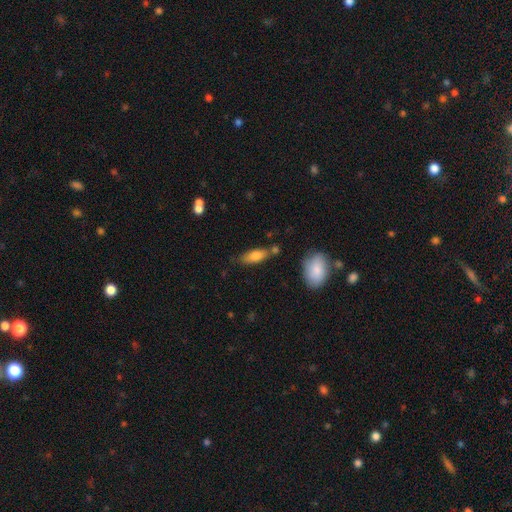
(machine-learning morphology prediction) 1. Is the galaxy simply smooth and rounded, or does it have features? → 77% smooth, 16% featured or disk, 7% star or artifact.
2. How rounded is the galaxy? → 69% in between, 28% cigar-shaped, 3% round.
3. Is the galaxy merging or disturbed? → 64% none, 19% minor disturbance, 12% merger, 5% major disturbance.